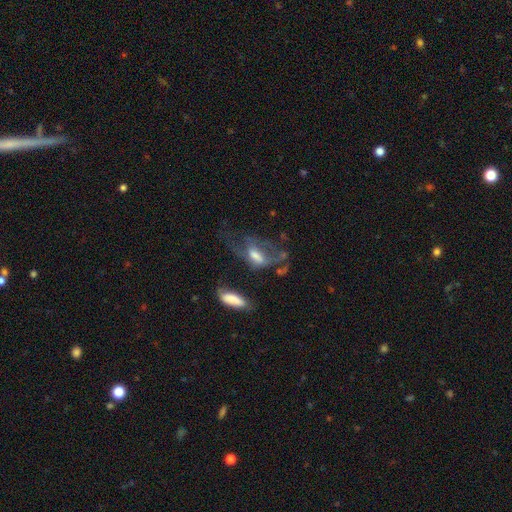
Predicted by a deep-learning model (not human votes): Smooth or featured? featured or disk (46%)
Merging? major disturbance (50%)